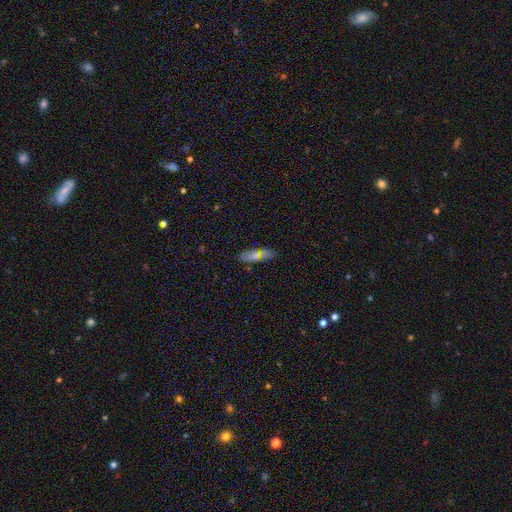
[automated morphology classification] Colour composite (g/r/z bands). It shows a smooth galaxy with no disk features (56%) that is in between round and cigar-shaped (49%). Merging: none (85%).